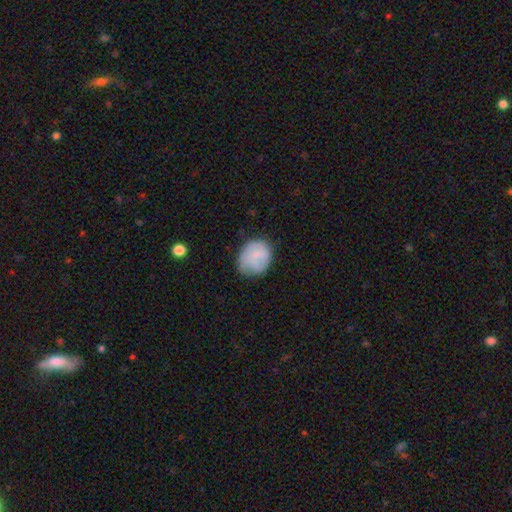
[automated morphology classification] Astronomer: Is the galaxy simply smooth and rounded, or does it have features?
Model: smooth — 70%.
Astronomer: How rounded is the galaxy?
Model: round — 67%.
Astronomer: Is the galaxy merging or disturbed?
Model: none — 56% (runner-up: minor disturbance, 32%).